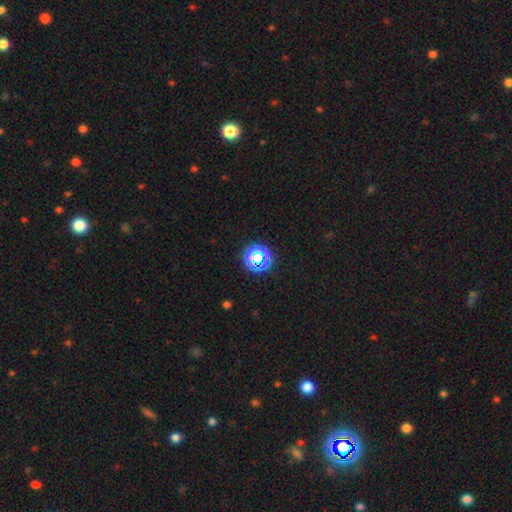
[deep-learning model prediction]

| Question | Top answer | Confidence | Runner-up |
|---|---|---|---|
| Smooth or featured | star or artifact | 59% | smooth (30%) |